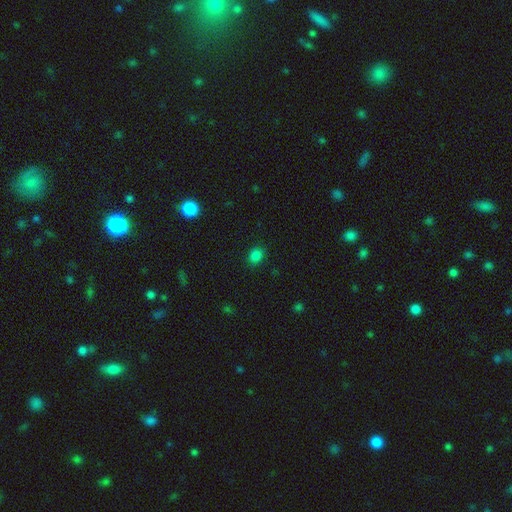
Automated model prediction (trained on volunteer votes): smooth-or-featured: smooth: 82% | star or artifact: 14% | featured or disk: 4%
  how-rounded: in between: 52% | round: 47% | cigar-shaped: 1%
  merging: none: 87% | minor disturbance: 9% | major disturbance: 3% | merger: 1%